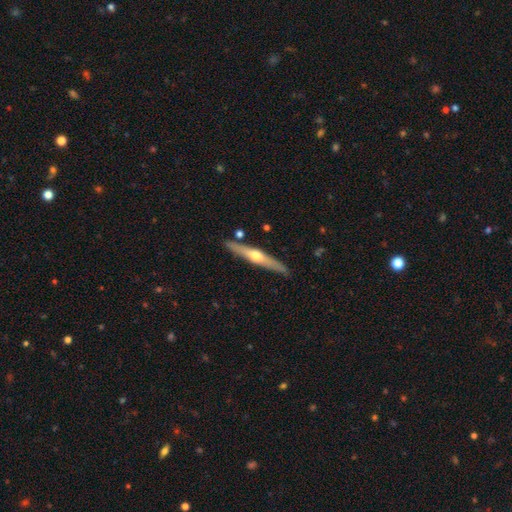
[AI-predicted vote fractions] Smooth or featured?
  - featured or disk: 65% *
  - smooth: 30%
  - star or artifact: 5%
Edge-on disk?
  - yes: 96% *
  - no: 4%
Edge-on bulge?
  - rounded: 92% *
  - none: 6%
  - boxy: 3%
Merging?
  - none: 87% *
  - minor disturbance: 8%
  - merger: 3%
  - major disturbance: 2%